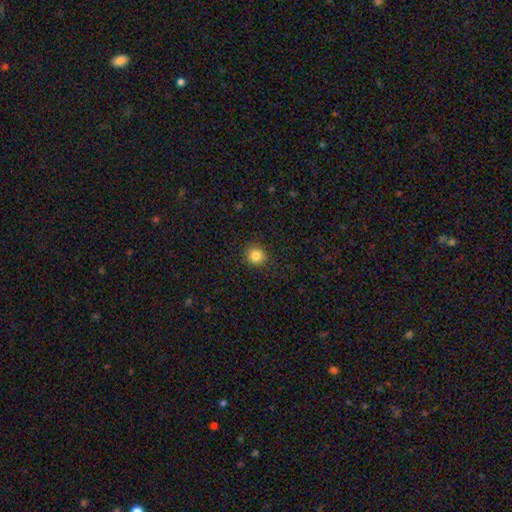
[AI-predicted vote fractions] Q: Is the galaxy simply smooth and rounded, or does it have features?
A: smooth — 83%.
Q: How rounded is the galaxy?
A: round — 90%.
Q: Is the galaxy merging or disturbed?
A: none — 91%.